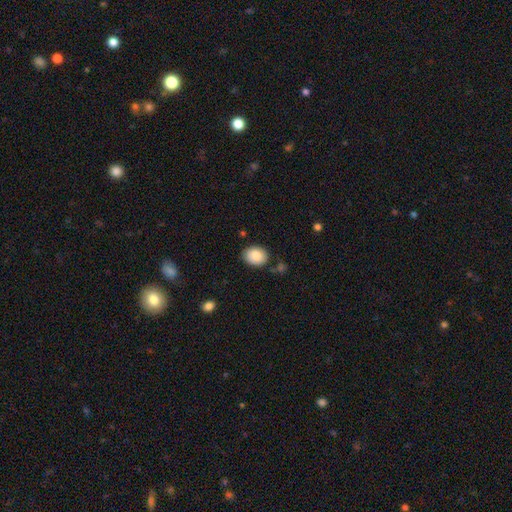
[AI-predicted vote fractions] Q: Smooth or featured?
A: smooth (85%); runner-up: featured or disk (8%)
Q: How rounded?
A: in between (59%); runner-up: round (40%)
Q: Merging?
A: none (79%); runner-up: minor disturbance (14%)